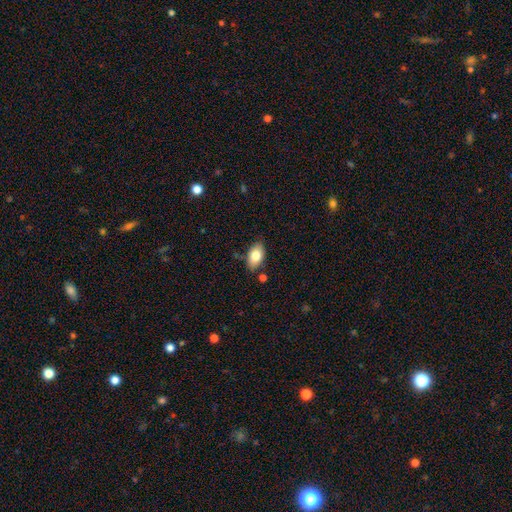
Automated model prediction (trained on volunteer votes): Smooth or featured? smooth (80%)
How rounded? in between (92%)
Merging? none (81%)